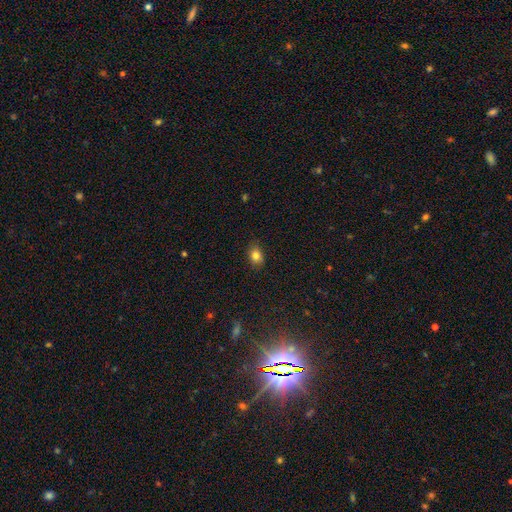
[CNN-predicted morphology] The model was most divided on "how rounded": in between: 64%, round: 35%, cigar-shaped: 1%. More confident: merging — none (83%); smooth or featured — smooth (81%).